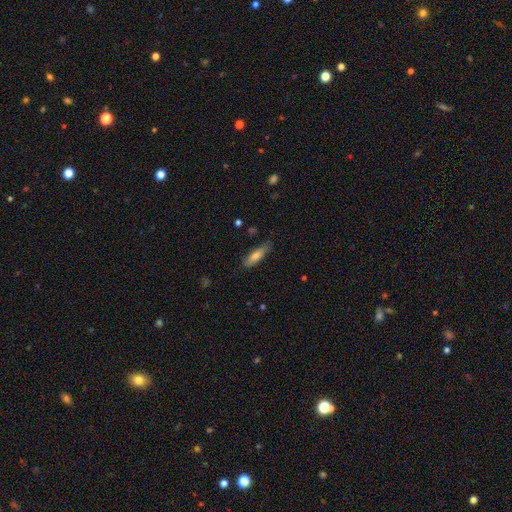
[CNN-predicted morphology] Smooth or featured?
  - smooth: 71% *
  - featured or disk: 22%
  - star or artifact: 7%
How rounded?
  - cigar-shaped: 60% *
  - in between: 38%
  - round: 2%
Merging?
  - none: 73% *
  - minor disturbance: 21%
  - major disturbance: 4%
  - merger: 2%